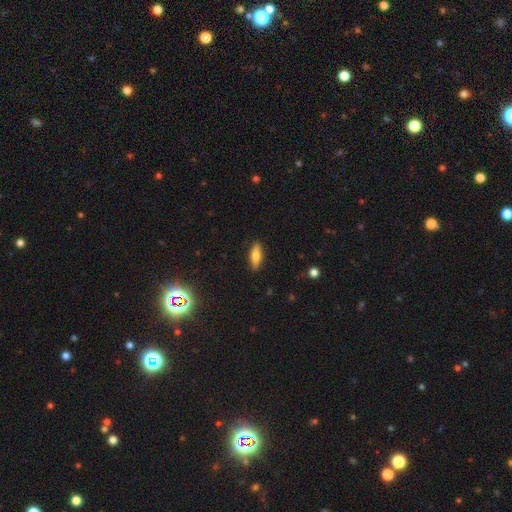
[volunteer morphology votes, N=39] A smooth galaxy with no disk features (79%) that is cigar-shaped (52%).

Vote fractions:
- Smooth or featured? smooth: 79% / featured or disk: 18% / star or artifact: 3%
- How rounded? cigar-shaped: 52% / in between: 45% / round: 3%
- Merging? none: 92% / minor disturbance: 8% / major disturbance: 0% / merger: 0%